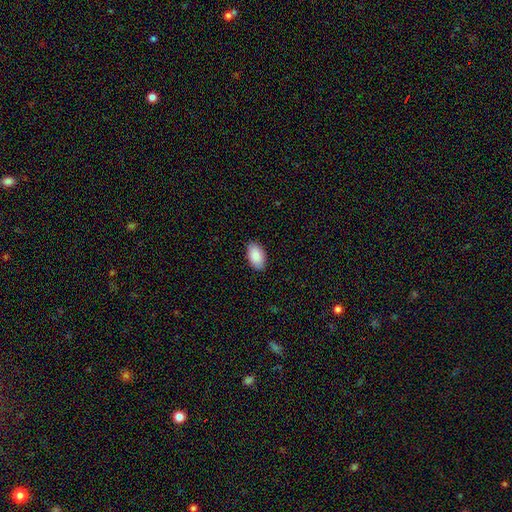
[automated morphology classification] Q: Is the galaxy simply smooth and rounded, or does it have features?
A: smooth — 89%.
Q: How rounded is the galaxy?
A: in between — 95%.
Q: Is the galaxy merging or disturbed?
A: none — 88%.